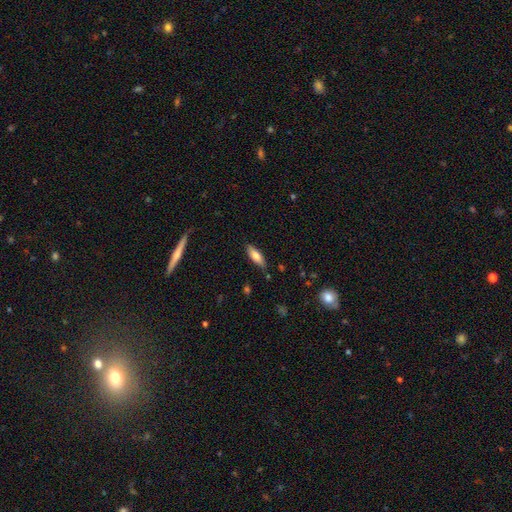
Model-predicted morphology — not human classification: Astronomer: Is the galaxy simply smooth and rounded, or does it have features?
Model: smooth — 73%.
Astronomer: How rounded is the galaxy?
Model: in between — 59% (runner-up: cigar-shaped, 39%).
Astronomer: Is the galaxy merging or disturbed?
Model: none — 82%.